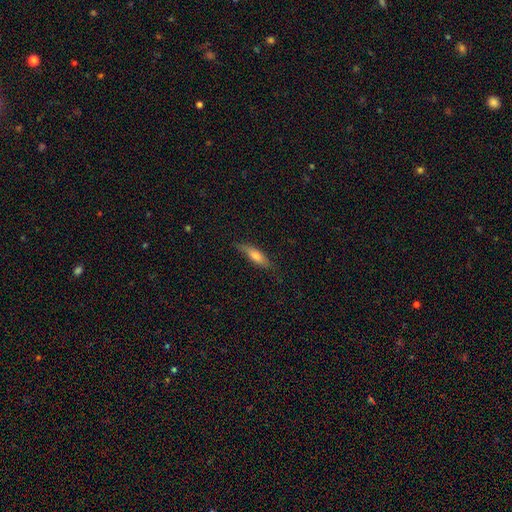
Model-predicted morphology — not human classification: Smooth or featured? Predicted: smooth (p=0.65). How rounded? Predicted: cigar-shaped (p=0.60). Merging? Predicted: none (p=0.71).